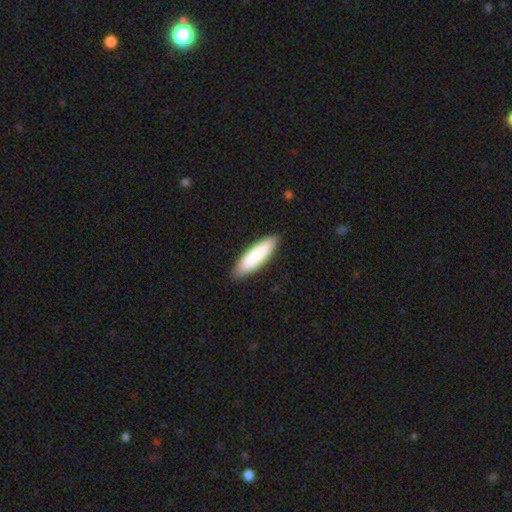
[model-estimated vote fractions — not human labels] This is clearly a smooth galaxy (87%). How rounded: likely cigar-shaped (61%). Merging: clearly none (89%).